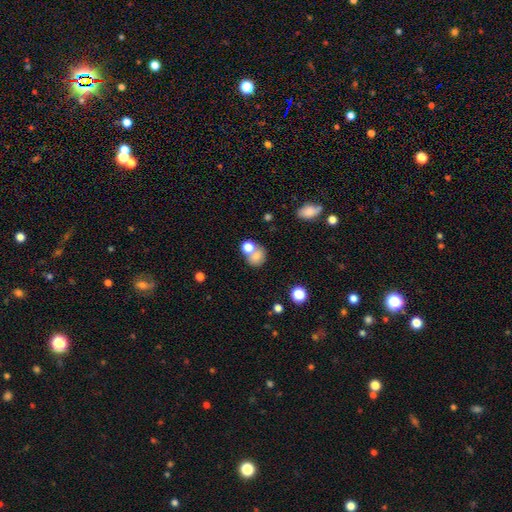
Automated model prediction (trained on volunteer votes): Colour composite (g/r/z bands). It shows a smooth galaxy with no disk features (75%) that is round (70%). Merging: none (42%).